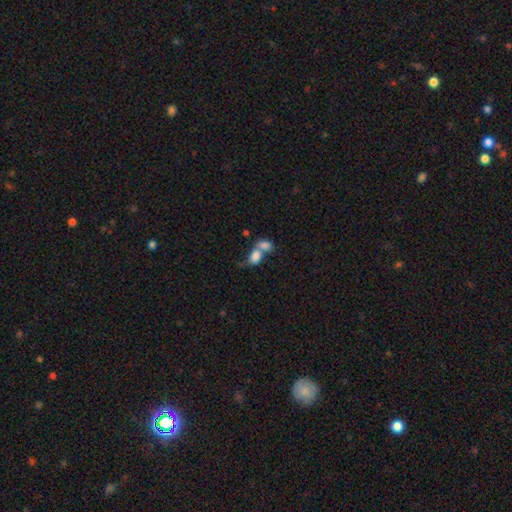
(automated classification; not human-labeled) A smooth galaxy with no disk features (80%) that is in between round and cigar-shaped (78%).

Vote fractions:
- Smooth or featured? smooth: 80% / featured or disk: 12% / star or artifact: 9%
- How rounded? in between: 78% / round: 19% / cigar-shaped: 2%
- Merging? merger: 73% / none: 17% / minor disturbance: 6% / major disturbance: 5%